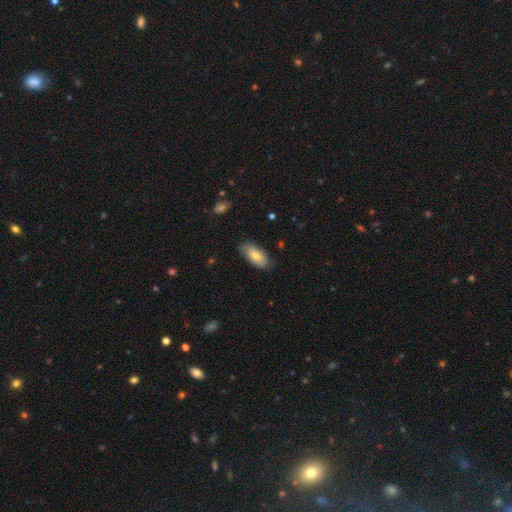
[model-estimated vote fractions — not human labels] Smooth or featured? smooth (80%)
How rounded? in between (88%)
Merging? none (79%)